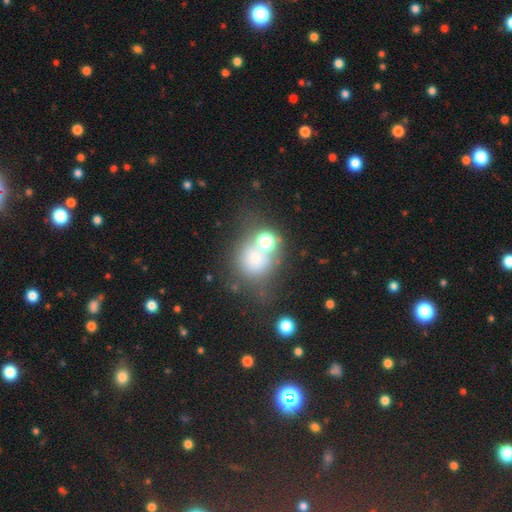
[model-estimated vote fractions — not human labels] Q: Smooth or featured?
A: smooth (63%); runner-up: star or artifact (22%)
Q: How rounded?
A: round (79%); runner-up: in between (20%)
Q: Merging?
A: none (48%); runner-up: merger (28%)